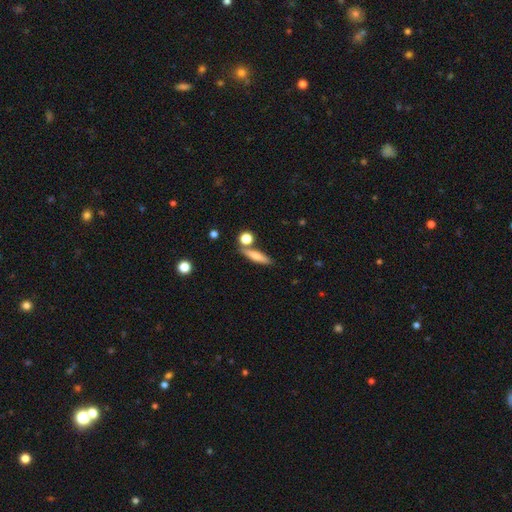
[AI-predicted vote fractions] A smooth galaxy with no disk features (65%) that is cigar-shaped (73%).

Vote fractions:
- Smooth or featured? smooth: 65% / featured or disk: 27% / star or artifact: 8%
- How rounded? cigar-shaped: 73% / in between: 21% / round: 6%
- Merging? none: 73% / merger: 12% / minor disturbance: 11% / major disturbance: 3%